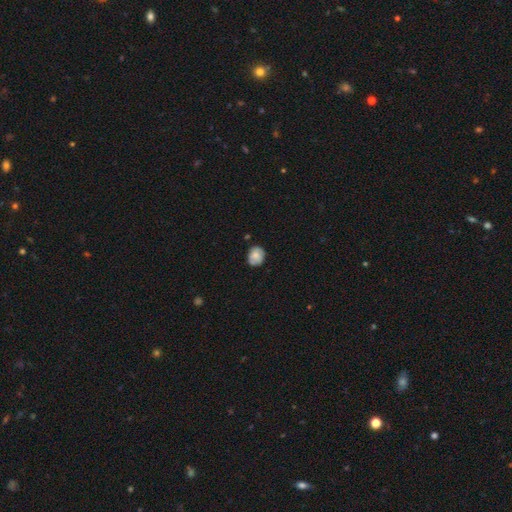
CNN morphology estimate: The model was most divided on "how rounded": round: 62%, in between: 37%, cigar-shaped: 1%. More confident: smooth or featured — smooth (71%); merging — none (69%).